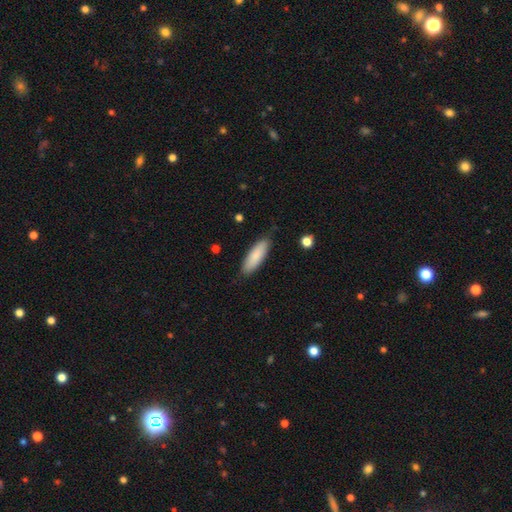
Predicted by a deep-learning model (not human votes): The model was most divided on "how rounded": in between: 52%, cigar-shaped: 46%, round: 1%. More confident: smooth or featured — smooth (85%); merging — none (84%).